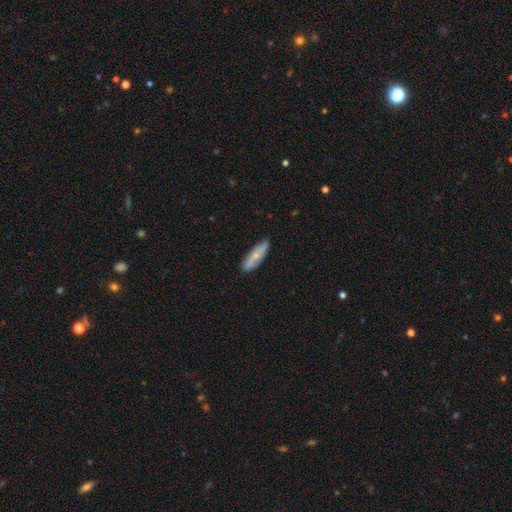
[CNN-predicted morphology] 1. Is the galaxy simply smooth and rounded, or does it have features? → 59% smooth, 35% featured or disk, 6% star or artifact.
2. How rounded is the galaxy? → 62% cigar-shaped, 36% in between, 2% round.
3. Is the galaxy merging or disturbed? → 83% none, 14% minor disturbance, 2% major disturbance, 1% merger.